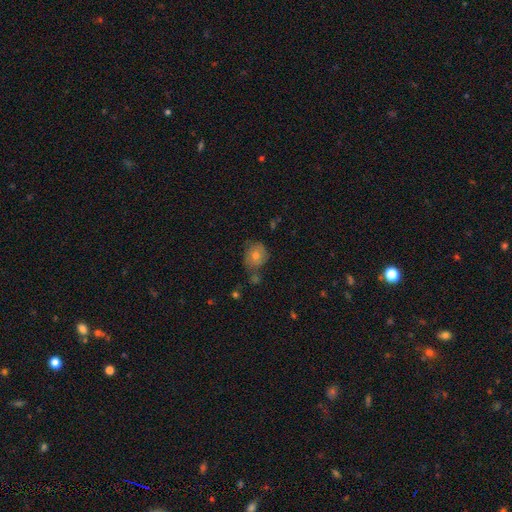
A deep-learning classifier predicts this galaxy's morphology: Overall: smooth (58%; featured or disk 28%). How rounded: round (76%). Merging: none (67%).